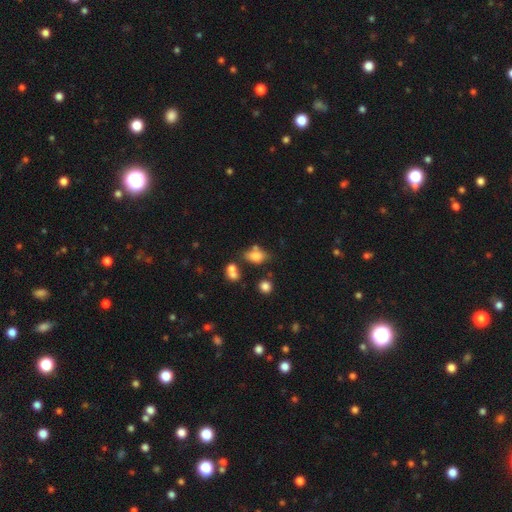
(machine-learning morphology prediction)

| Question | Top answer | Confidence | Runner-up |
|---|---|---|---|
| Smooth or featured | smooth | 76% | star or artifact (13%) |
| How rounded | in between | 82% | round (15%) |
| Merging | none | 49% | merger (24%) |